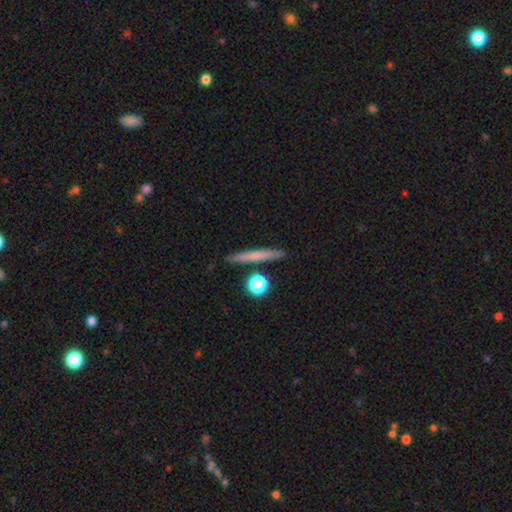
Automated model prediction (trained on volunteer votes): Morphology: type=smooth (63%); roundness=cigar-shaped (89%); merging=none (87%).